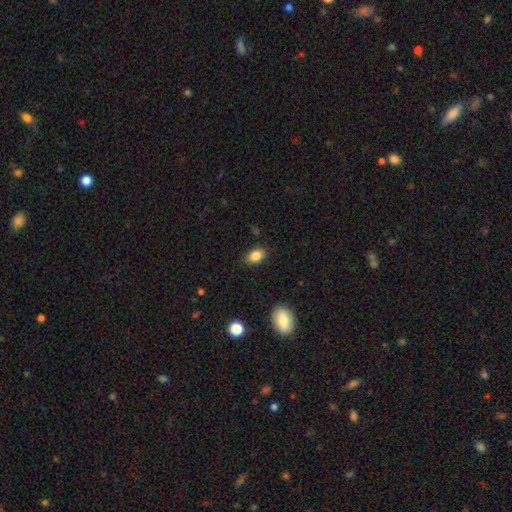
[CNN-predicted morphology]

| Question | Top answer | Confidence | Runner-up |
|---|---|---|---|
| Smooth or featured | smooth | 85% | star or artifact (9%) |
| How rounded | in between | 83% | round (16%) |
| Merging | none | 86% | minor disturbance (11%) |